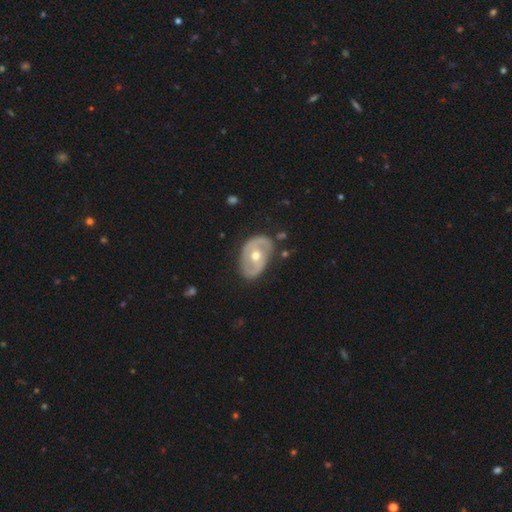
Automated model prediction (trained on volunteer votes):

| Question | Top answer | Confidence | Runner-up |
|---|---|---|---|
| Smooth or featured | featured or disk | 71% | smooth (24%) |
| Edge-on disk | no | 94% | yes (6%) |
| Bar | no | 63% | weak (26%) |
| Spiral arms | yes | 56% | no (44%) |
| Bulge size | moderate | 73% | small (22%) |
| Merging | none | 72% | minor disturbance (20%) |